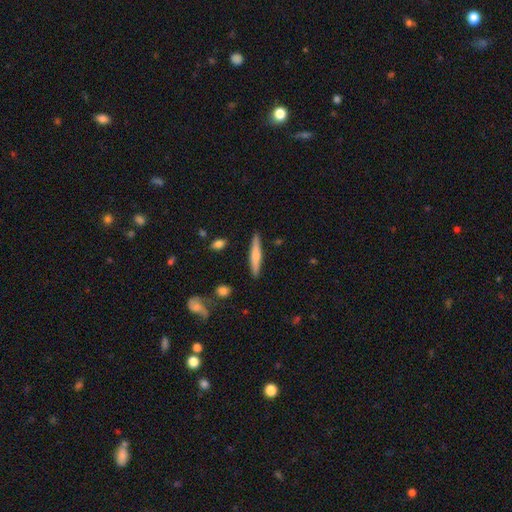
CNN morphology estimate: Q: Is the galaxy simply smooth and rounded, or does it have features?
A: smooth — 51%.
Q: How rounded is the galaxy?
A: cigar-shaped — 89%.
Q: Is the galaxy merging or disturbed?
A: none — 88%.